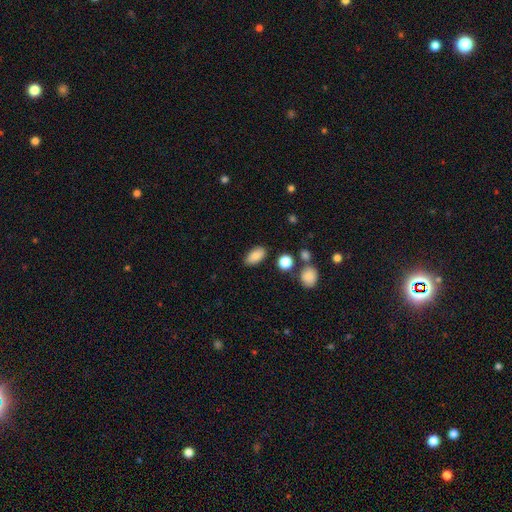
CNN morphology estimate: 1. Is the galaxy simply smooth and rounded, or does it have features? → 85% smooth, 8% star or artifact, 6% featured or disk.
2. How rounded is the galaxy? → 90% in between, 7% round, 3% cigar-shaped.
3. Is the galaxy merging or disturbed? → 82% none, 12% minor disturbance, 3% merger, 3% major disturbance.